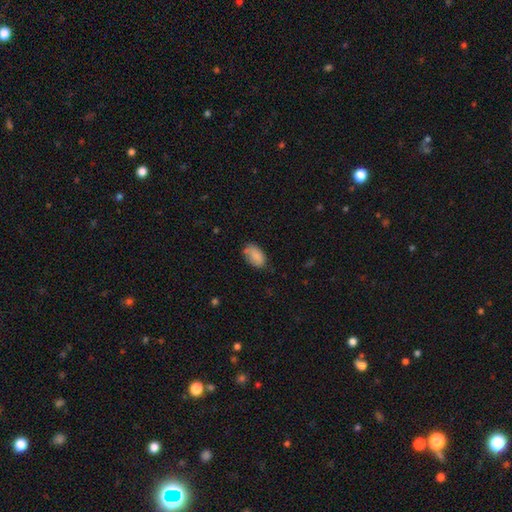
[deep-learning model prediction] A smooth galaxy with no disk features (84%) that is in between round and cigar-shaped (92%). Merging: none (63%).